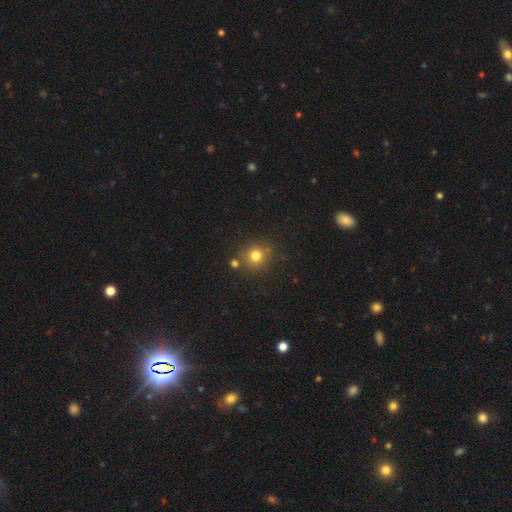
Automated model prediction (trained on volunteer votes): The model was most divided on "smooth or featured": smooth: 78%, star or artifact: 15%, featured or disk: 8%. More confident: how rounded — round (90%); merging — none (78%).